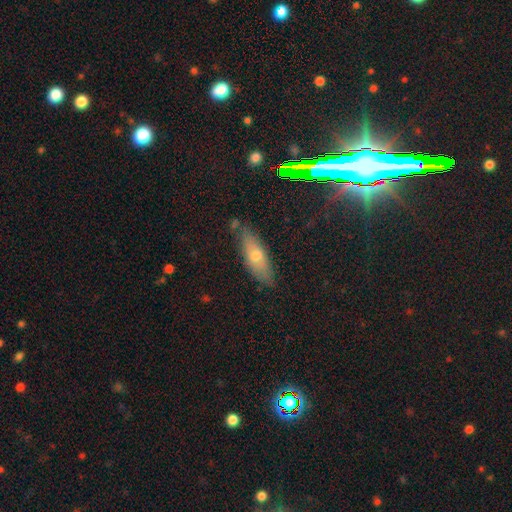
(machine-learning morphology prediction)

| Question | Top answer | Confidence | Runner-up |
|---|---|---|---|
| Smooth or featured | smooth | 57% | featured or disk (32%) |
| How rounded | in between | 51% | cigar-shaped (46%) |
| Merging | none | 79% | minor disturbance (16%) |